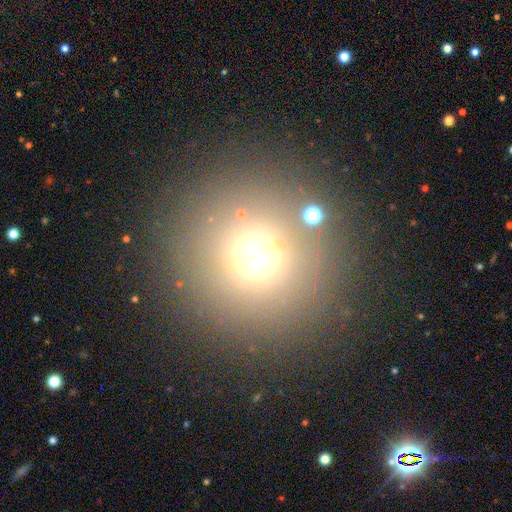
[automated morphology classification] This is likely a smooth galaxy (61%). How rounded: clearly round (95%). Merging: clearly none (84%).